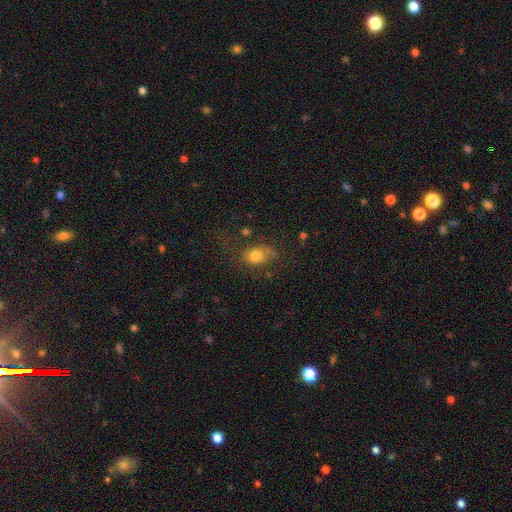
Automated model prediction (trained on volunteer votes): A smooth galaxy with no disk features (75%) that is round (50%). Merging: none (51%).